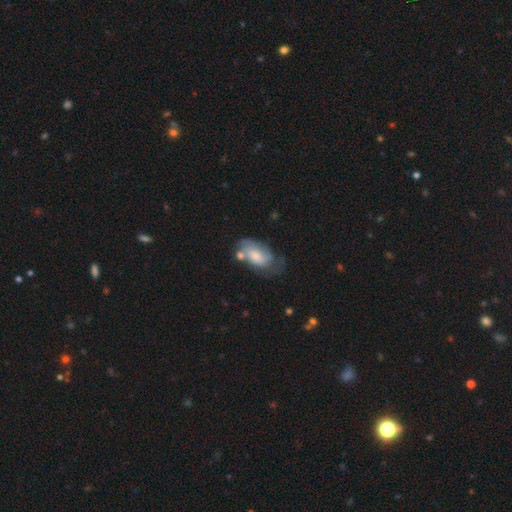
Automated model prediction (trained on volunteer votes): Smooth or featured: smooth — 58% (featured or disk — 35%)
How rounded: in between — 91% (round — 5%)
Merging: none — 38% (minor disturbance — 29%)